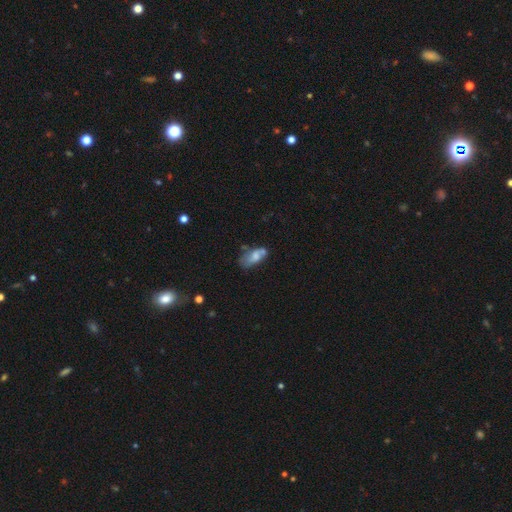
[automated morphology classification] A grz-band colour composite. It shows a smooth galaxy with no disk features (58%) that is in between round and cigar-shaped (87%). Merging: none (33%).